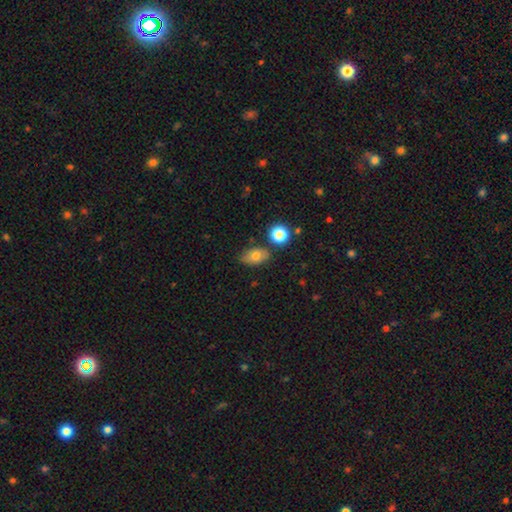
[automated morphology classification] Smooth or featured: smooth — 73% (featured or disk — 16%)
How rounded: in between — 83% (round — 15%)
Merging: none — 74% (minor disturbance — 16%)